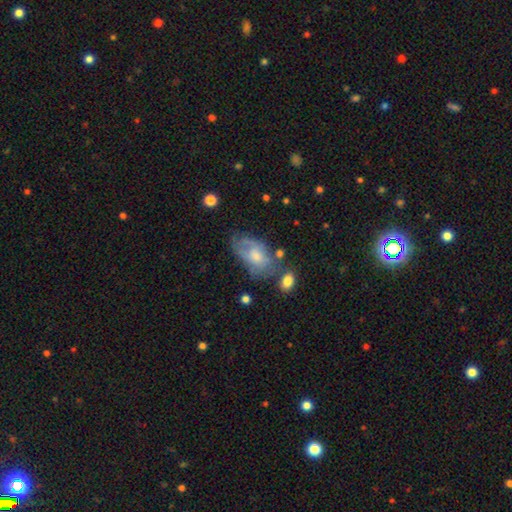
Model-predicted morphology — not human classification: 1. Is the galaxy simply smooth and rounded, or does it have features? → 48% featured or disk, 43% smooth, 9% star or artifact.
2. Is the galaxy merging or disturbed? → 44% none, 30% minor disturbance, 17% major disturbance, 9% merger.